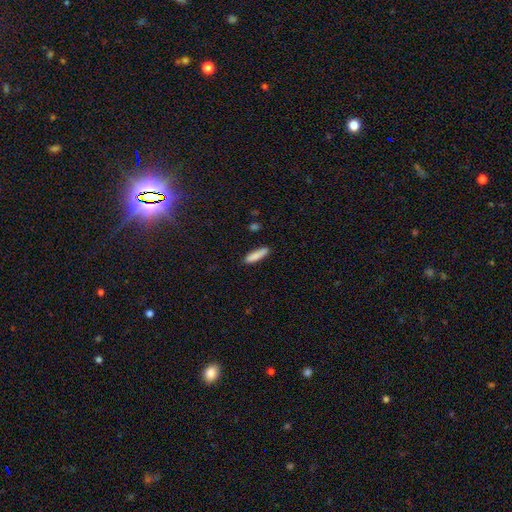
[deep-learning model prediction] This appears to be a smooth galaxy with no disk features (86%) that is cigar-shaped (72%). Merging: none (86%).